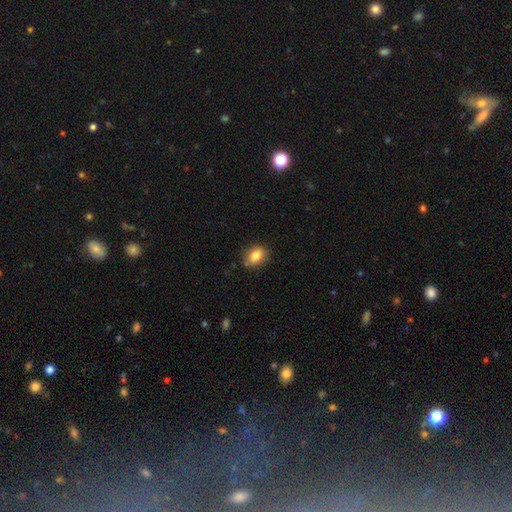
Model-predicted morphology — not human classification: This is clearly a smooth galaxy (82%). How rounded: likely in between (66%). Merging: clearly none (82%).